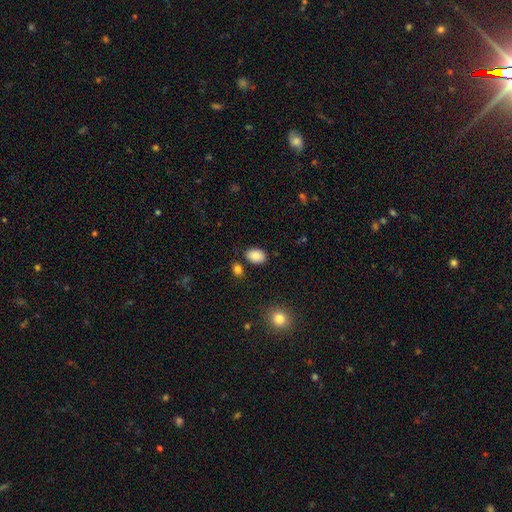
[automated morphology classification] Smooth or featured? Predicted: smooth (p=0.88). How rounded? Predicted: in between (p=0.86). Merging? Predicted: none (p=0.81).